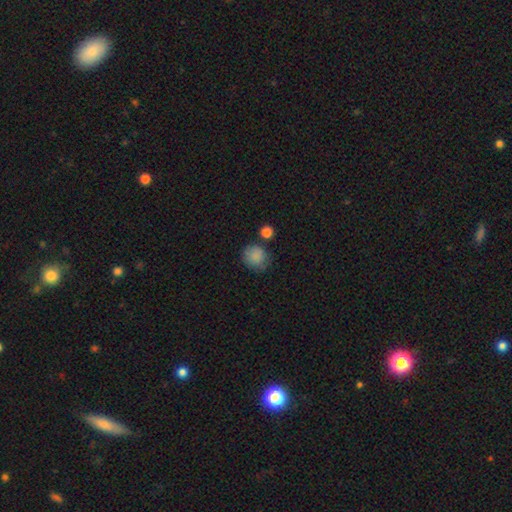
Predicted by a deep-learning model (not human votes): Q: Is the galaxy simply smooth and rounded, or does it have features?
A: smooth — 85%.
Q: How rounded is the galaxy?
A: round — 81%.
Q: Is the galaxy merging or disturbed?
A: none — 68%.